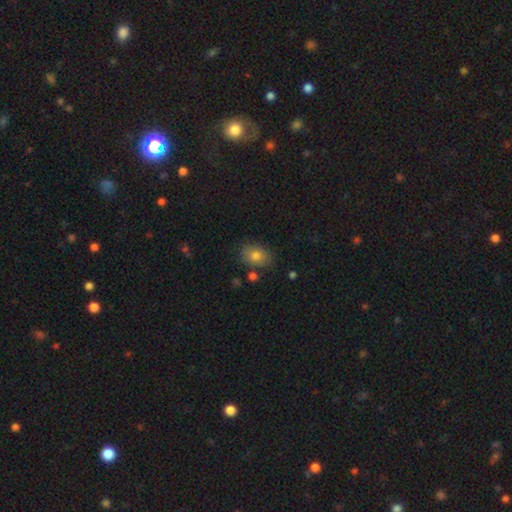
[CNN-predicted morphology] Q: Smooth or featured?
A: smooth (79%); runner-up: featured or disk (11%)
Q: How rounded?
A: in between (70%); runner-up: round (29%)
Q: Merging?
A: none (78%); runner-up: minor disturbance (15%)